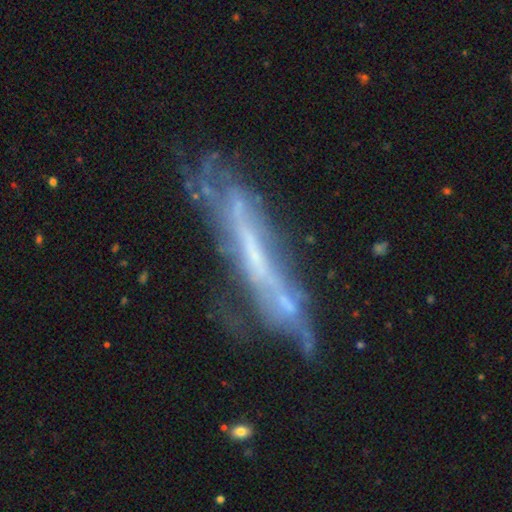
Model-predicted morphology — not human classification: Overall: featured or disk (68%). Edge-on disk: yes (56%; no 44%). Merging: none (43%; major disturbance 24%).